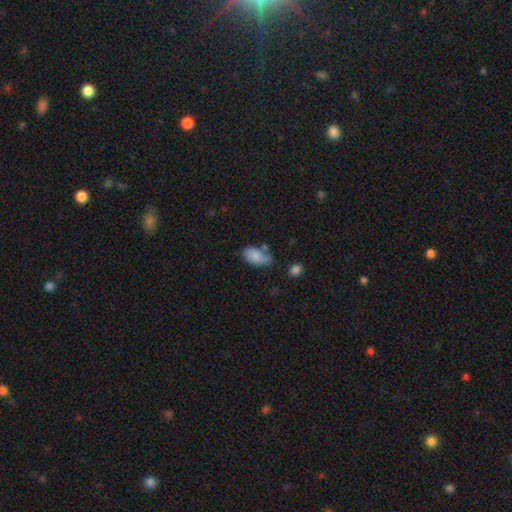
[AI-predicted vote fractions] smooth 81%, featured or disk 11%, star or artifact 8%. Down the decision tree: how rounded — in between (93%); merging — none (51%).